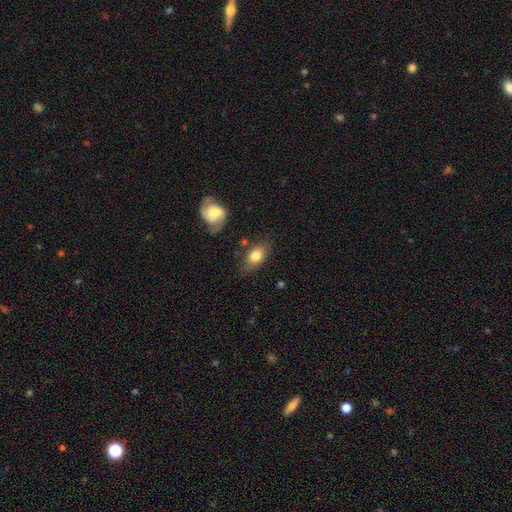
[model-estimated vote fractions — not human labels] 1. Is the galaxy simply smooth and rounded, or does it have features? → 78% smooth, 15% featured or disk, 7% star or artifact.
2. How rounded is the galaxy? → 86% in between, 11% round, 3% cigar-shaped.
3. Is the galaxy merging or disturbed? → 69% none, 21% minor disturbance, 6% major disturbance, 5% merger.